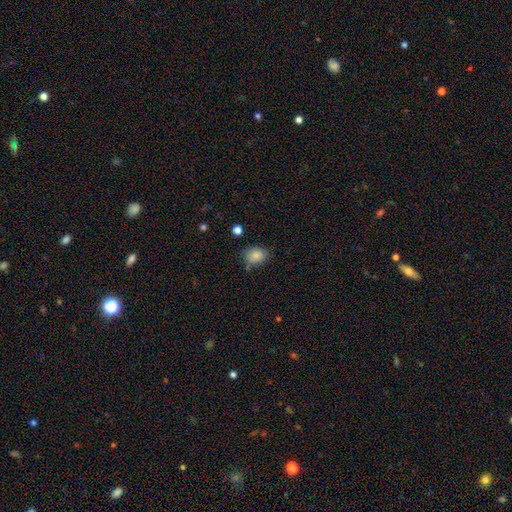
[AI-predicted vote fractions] A smooth galaxy with no disk features (85%) that is in between round and cigar-shaped (56%).

Vote fractions:
- Smooth or featured? smooth: 85% / star or artifact: 9% / featured or disk: 6%
- How rounded? in between: 56% / round: 43% / cigar-shaped: 1%
- Merging? none: 71% / minor disturbance: 20% / merger: 5% / major disturbance: 4%